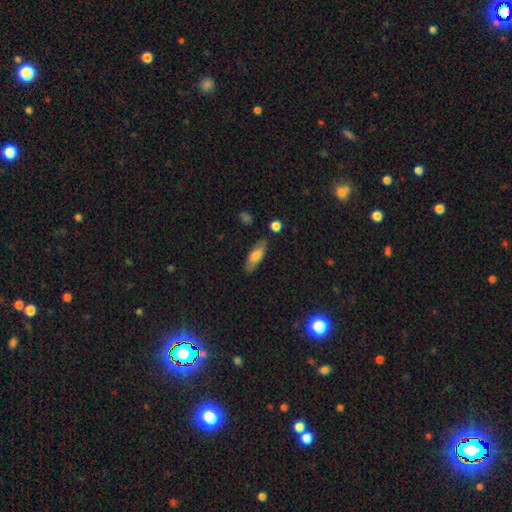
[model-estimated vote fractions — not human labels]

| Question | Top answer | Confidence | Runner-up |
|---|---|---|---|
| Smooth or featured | smooth | 71% | featured or disk (22%) |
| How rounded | in between | 64% | cigar-shaped (34%) |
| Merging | none | 80% | minor disturbance (14%) |